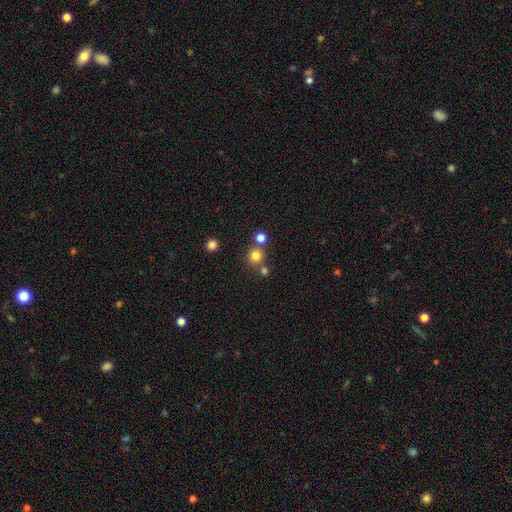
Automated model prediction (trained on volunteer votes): smooth-or-featured: smooth: 78% | star or artifact: 16% | featured or disk: 7%
  how-rounded: round: 92% | in between: 8% | cigar-shaped: 1%
  merging: none: 70% | merger: 20% | minor disturbance: 7% | major disturbance: 3%